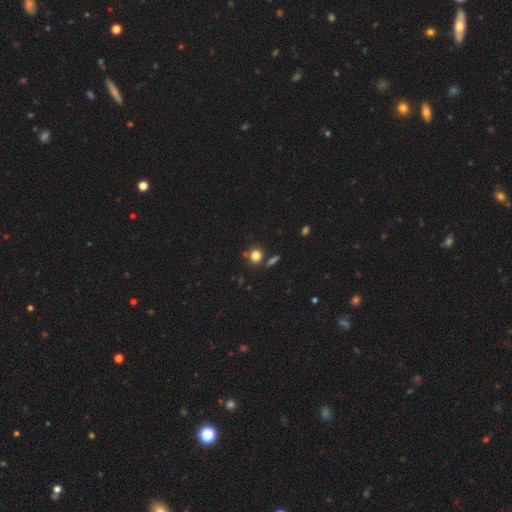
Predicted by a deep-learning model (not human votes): Smooth or featured? Predicted: smooth (p=0.79). How rounded? Predicted: round (p=0.85). Merging? Predicted: none (p=0.75).